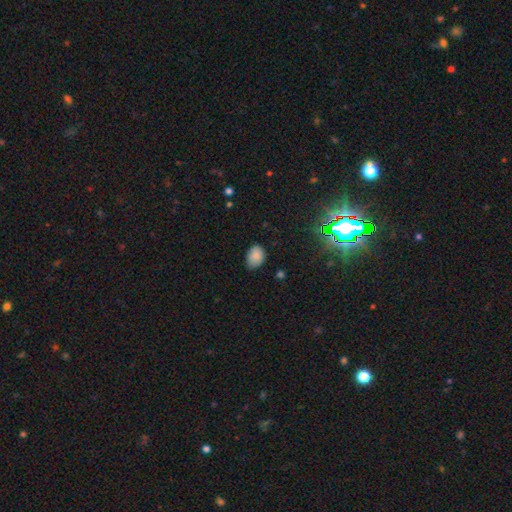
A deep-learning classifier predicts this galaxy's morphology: type=smooth (82%); roundness=in between (76%); merging=none (72%).